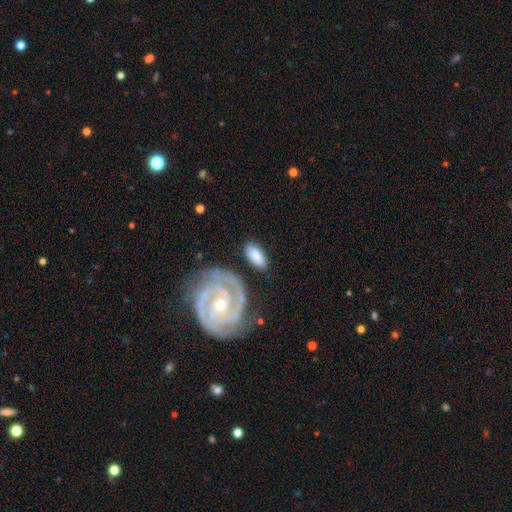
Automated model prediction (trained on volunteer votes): smooth_or_featured: smooth (p=0.69) [alt: featured or disk p=0.26]
how_rounded: in between (p=0.86) [alt: cigar-shaped p=0.12]
merging: none (p=0.73) [alt: minor disturbance p=0.16]